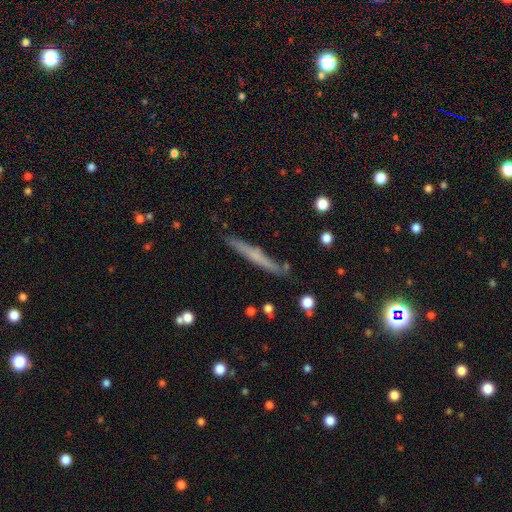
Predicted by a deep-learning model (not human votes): A smooth galaxy with no disk features (47%).

Vote fractions:
- Smooth or featured? smooth: 47% / featured or disk: 46% / star or artifact: 7%
- Merging? none: 84% / minor disturbance: 11% / merger: 2% / major disturbance: 2%